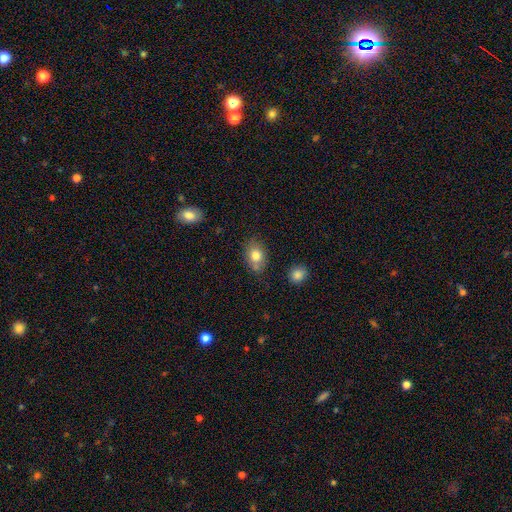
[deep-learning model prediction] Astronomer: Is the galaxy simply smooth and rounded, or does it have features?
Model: smooth — 79%.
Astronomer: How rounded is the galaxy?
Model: in between — 69%.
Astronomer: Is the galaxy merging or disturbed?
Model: none — 70%.